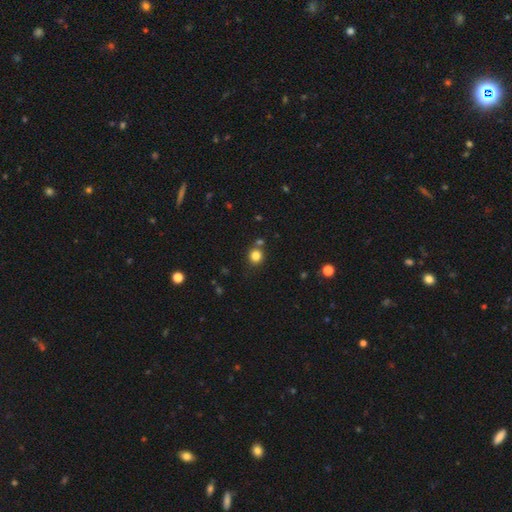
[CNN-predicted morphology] smooth 82%, star or artifact 13%, featured or disk 5%. Down the decision tree: how rounded — round (89%); merging — none (78%).